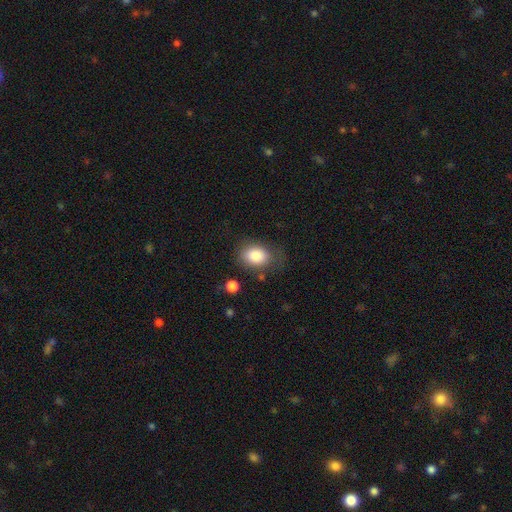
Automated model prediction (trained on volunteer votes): A smooth galaxy with no disk features (86%) that is in between round and cigar-shaped (69%). Merging: none (67%).